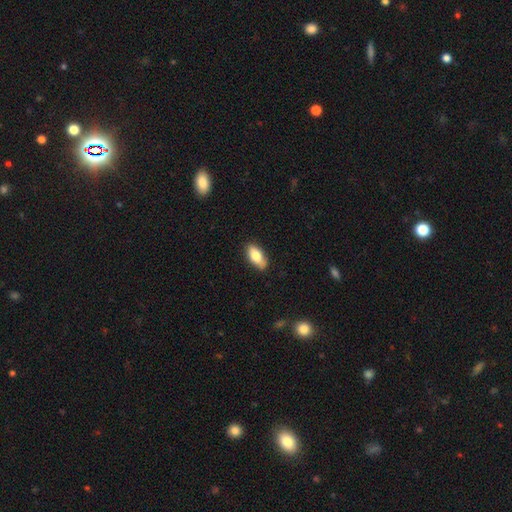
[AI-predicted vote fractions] A smooth galaxy with no disk features (77%) that is in between round and cigar-shaped (87%).

Vote fractions:
- Smooth or featured? smooth: 77% / featured or disk: 16% / star or artifact: 6%
- How rounded? in between: 87% / cigar-shaped: 10% / round: 3%
- Merging? none: 84% / minor disturbance: 13% / major disturbance: 2% / merger: 1%